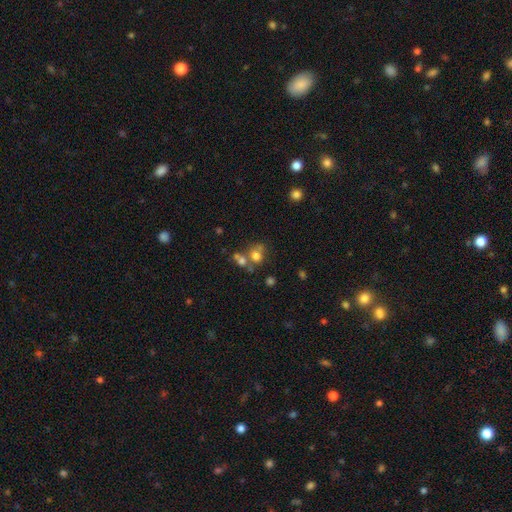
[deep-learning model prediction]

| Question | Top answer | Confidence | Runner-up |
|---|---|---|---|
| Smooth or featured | smooth | 68% | featured or disk (16%) |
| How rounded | round | 70% | in between (29%) |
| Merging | merger | 41% | none (40%) |